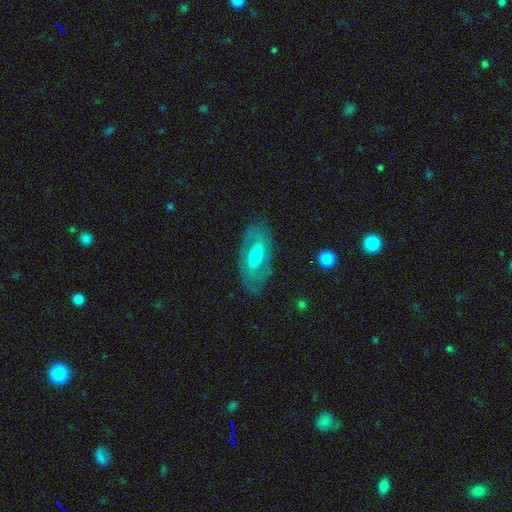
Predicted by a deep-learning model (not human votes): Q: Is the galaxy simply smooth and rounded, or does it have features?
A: featured or disk — 68%.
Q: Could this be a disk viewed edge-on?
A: no — 90%.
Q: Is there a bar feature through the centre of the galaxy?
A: weak — 38%.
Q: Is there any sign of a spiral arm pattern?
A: yes — 67%.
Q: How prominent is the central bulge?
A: moderate — 59%.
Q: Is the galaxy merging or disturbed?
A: none — 77%.